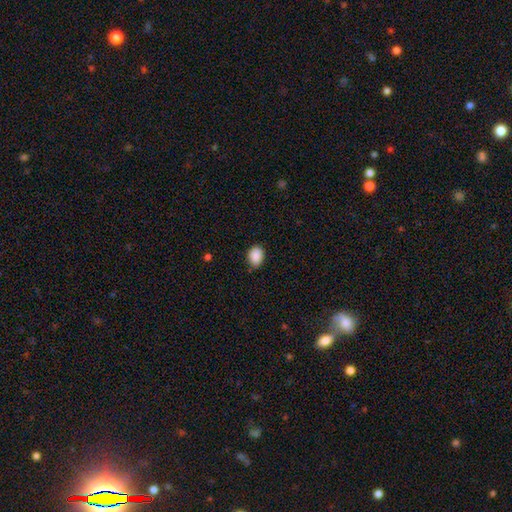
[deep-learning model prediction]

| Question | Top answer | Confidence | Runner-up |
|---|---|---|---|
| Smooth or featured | smooth | 89% | star or artifact (8%) |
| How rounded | in between | 68% | round (31%) |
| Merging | none | 81% | minor disturbance (16%) |